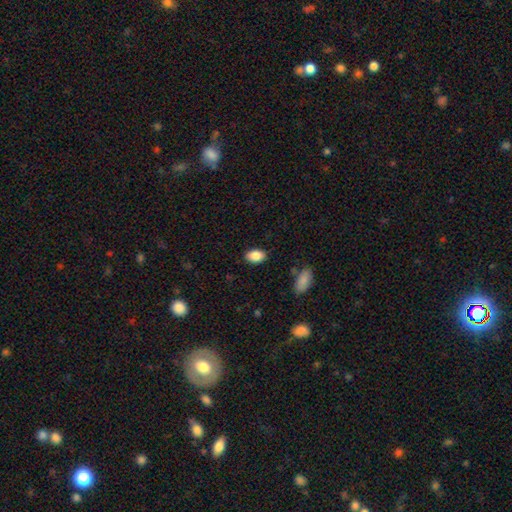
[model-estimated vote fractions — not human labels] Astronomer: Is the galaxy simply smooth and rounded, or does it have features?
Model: smooth — 87%.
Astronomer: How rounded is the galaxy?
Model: in between — 88%.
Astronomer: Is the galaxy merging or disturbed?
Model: none — 86%.